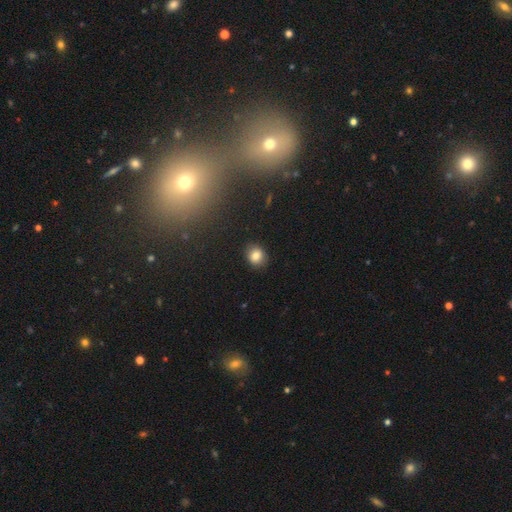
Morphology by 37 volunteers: Smooth or featured? smooth (86%)
How rounded? round (81%)
Merging? none (94%)